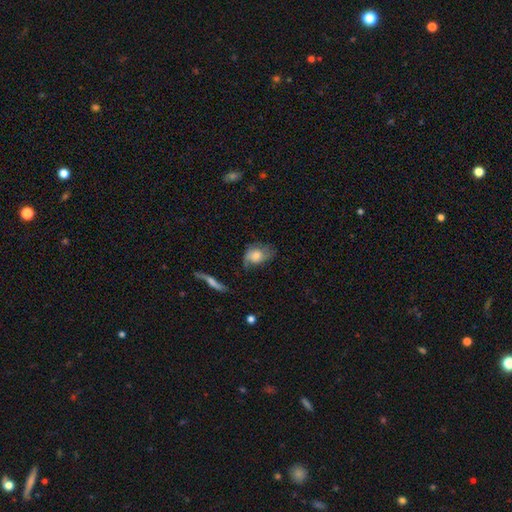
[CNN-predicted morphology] type=smooth (53%); roundness=in between (76%); merging=none (45%).